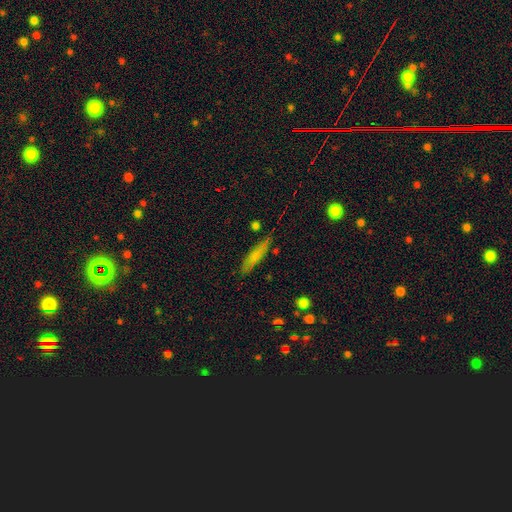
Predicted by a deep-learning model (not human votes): smooth-or-featured: smooth: 71% | featured or disk: 20% | star or artifact: 10%
  how-rounded: cigar-shaped: 75% | in between: 22% | round: 3%
  merging: none: 72% | minor disturbance: 19% | major disturbance: 5% | merger: 4%